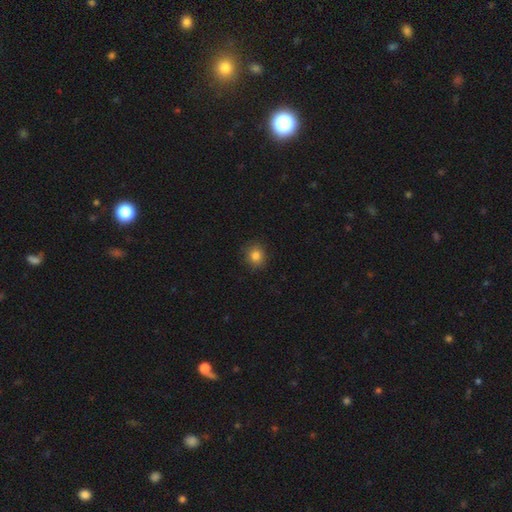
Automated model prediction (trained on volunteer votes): Smooth or featured: smooth — 83% (star or artifact — 12%)
How rounded: round — 84% (in between — 15%)
Merging: none — 89% (minor disturbance — 8%)